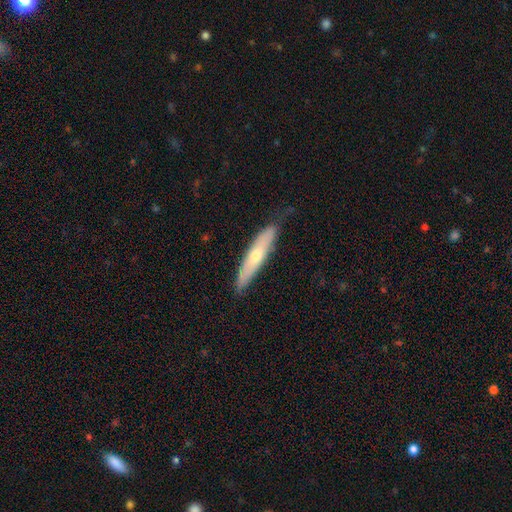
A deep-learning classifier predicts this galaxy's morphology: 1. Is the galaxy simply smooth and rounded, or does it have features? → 51% smooth, 43% featured or disk, 6% star or artifact.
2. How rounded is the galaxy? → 81% cigar-shaped, 17% in between, 2% round.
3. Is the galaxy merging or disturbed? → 77% none, 19% minor disturbance, 3% major disturbance, 1% merger.